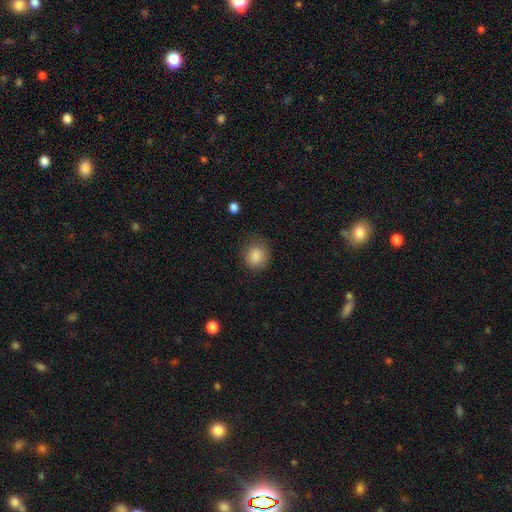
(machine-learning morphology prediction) Overall: smooth (86%). How rounded: round (77%). Merging: none (72%).